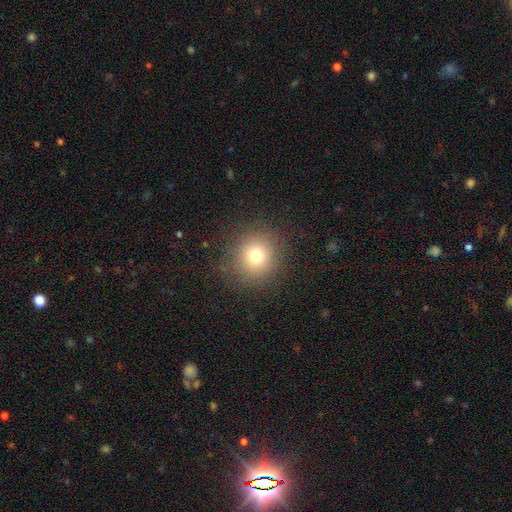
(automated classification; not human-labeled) This appears to be a smooth galaxy with no disk features (75%) that is round (91%). Merging: none (87%).